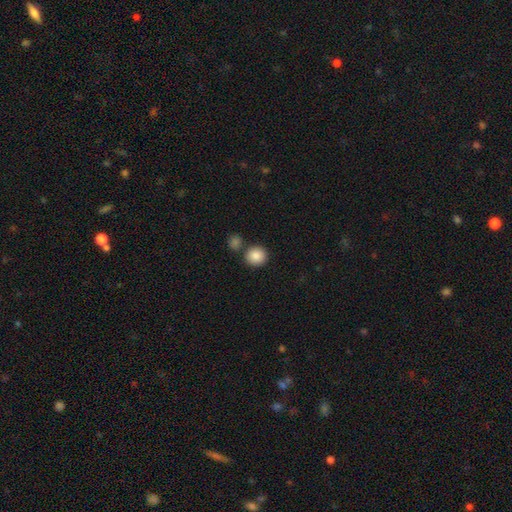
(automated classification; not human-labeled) smooth_or_featured: smooth (p=0.87) [alt: star or artifact p=0.08]
how_rounded: round (p=0.88) [alt: in between p=0.11]
merging: none (p=0.74) [alt: merger p=0.16]